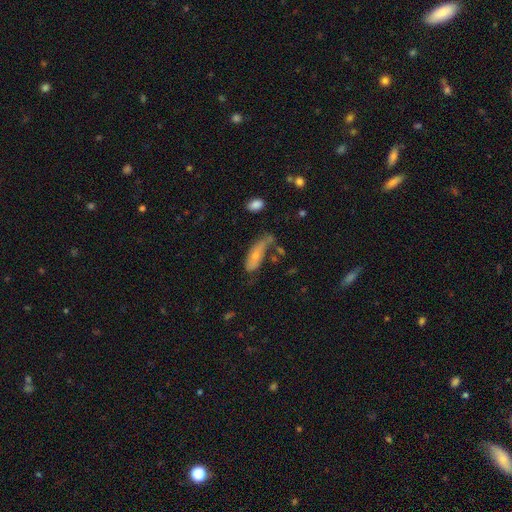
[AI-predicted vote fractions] smooth_or_featured: smooth (p=0.61) [alt: featured or disk p=0.31]
how_rounded: in between (p=0.61) [alt: cigar-shaped p=0.36]
merging: none (p=0.37) [alt: minor disturbance p=0.29]